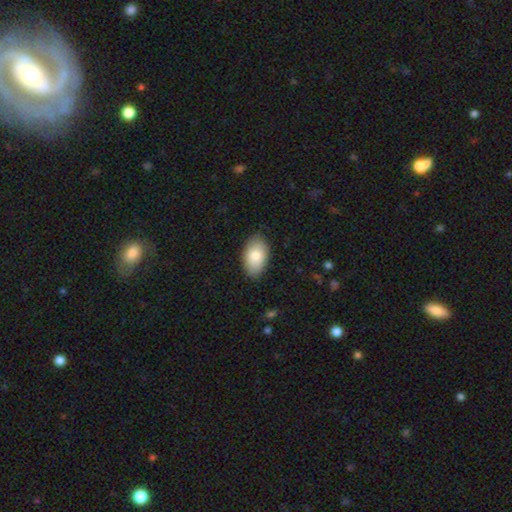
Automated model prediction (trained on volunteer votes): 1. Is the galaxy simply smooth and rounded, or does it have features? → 82% smooth, 12% featured or disk, 6% star or artifact.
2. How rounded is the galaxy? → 94% in between, 5% round, 1% cigar-shaped.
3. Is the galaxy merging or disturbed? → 83% none, 14% minor disturbance, 2% major disturbance, 1% merger.